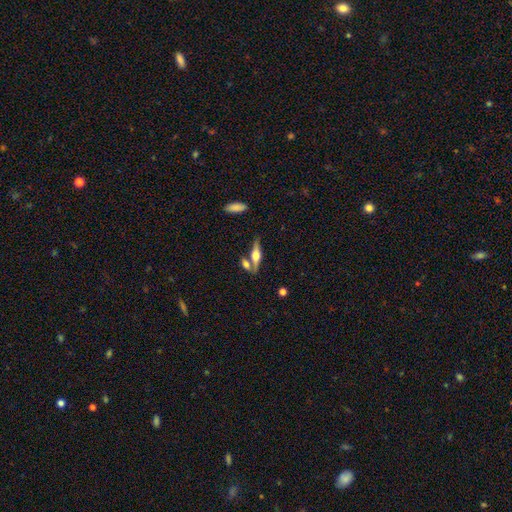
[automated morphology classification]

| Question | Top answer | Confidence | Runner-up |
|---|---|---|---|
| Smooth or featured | featured or disk | 60% | smooth (33%) |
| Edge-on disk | yes | 93% | no (7%) |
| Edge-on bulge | rounded | 93% | boxy (5%) |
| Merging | none | 61% | merger (23%) |